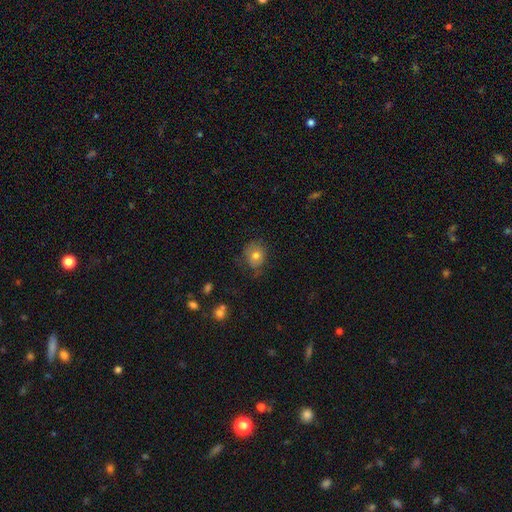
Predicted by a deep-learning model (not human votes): Smooth or featured: smooth — 75% (featured or disk — 15%)
How rounded: round — 68% (in between — 31%)
Merging: none — 61% (minor disturbance — 26%)